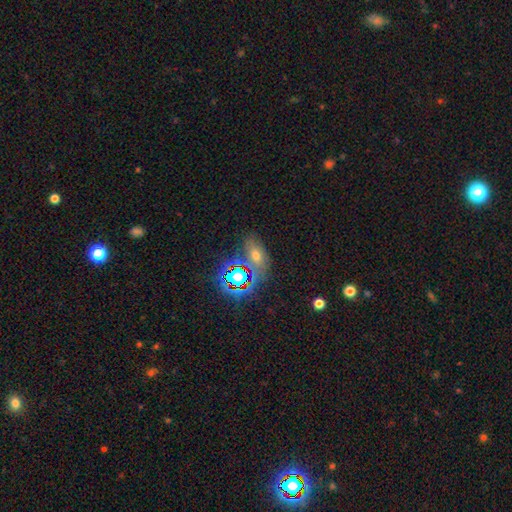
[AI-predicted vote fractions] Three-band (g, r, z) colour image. It shows a smooth galaxy with no disk features (49%). Merging: none (68%).